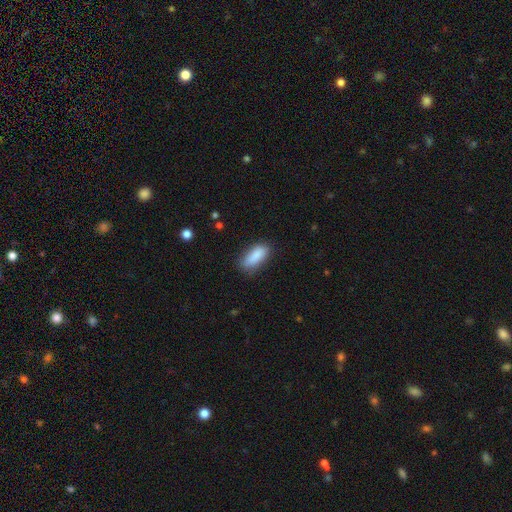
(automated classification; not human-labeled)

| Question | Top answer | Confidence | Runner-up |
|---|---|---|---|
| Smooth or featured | smooth | 87% | star or artifact (7%) |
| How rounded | in between | 77% | cigar-shaped (21%) |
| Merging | none | 74% | minor disturbance (20%) |